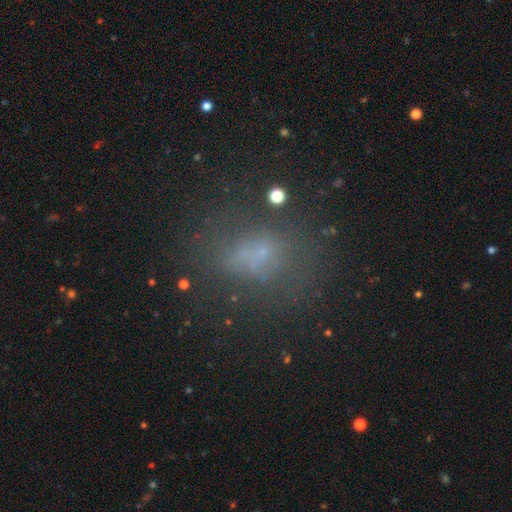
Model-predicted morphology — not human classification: Smooth or featured: smooth — 47% (featured or disk — 26%)
Merging: none — 58% (minor disturbance — 19%)